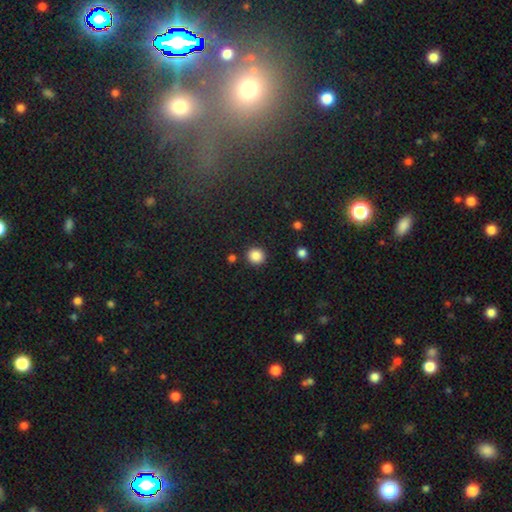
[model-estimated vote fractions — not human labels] This is clearly a smooth galaxy (86%). How rounded: clearly round (90%). Merging: clearly none (89%).